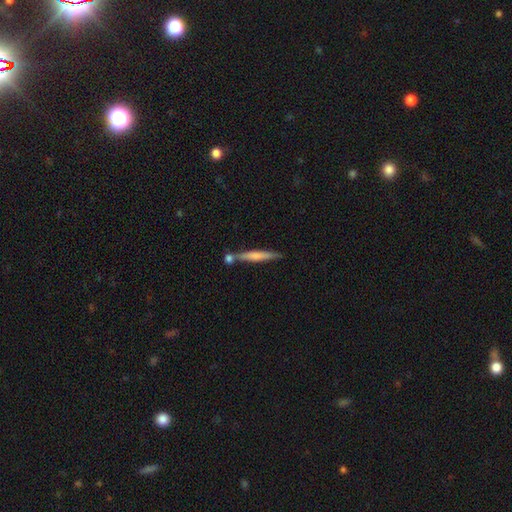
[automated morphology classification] Overall: smooth (56%; featured or disk 38%). How rounded: cigar-shaped (94%). Merging: none (66%).